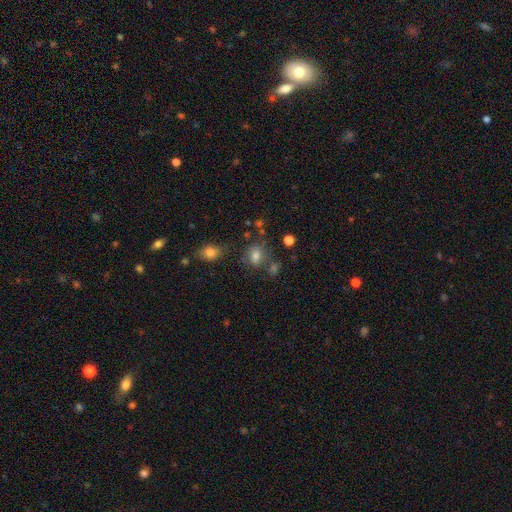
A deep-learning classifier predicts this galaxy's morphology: smooth 77%, star or artifact 13%, featured or disk 10%. Down the decision tree: how rounded — round (58%); merging — none (67%).